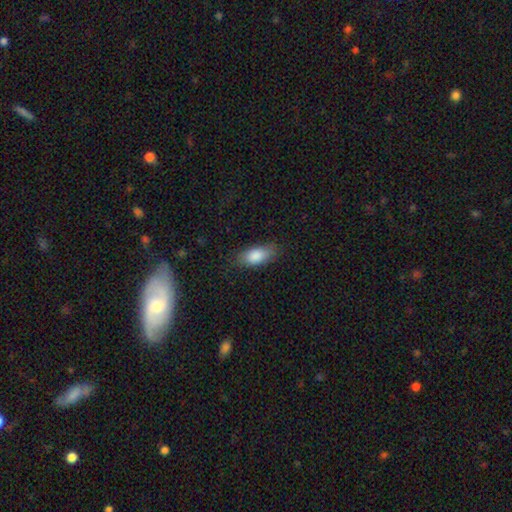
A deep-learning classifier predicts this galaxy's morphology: This is clearly a smooth galaxy (86%). How rounded: clearly in between (85%). Merging: likely none (79%).